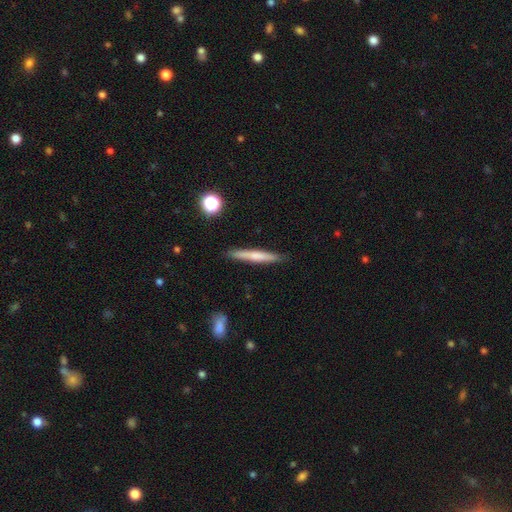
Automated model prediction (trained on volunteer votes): smooth_or_featured: smooth (p=0.57) [alt: featured or disk p=0.36]
how_rounded: cigar-shaped (p=0.95) [alt: in between p=0.04]
merging: none (p=0.89) [alt: minor disturbance p=0.08]